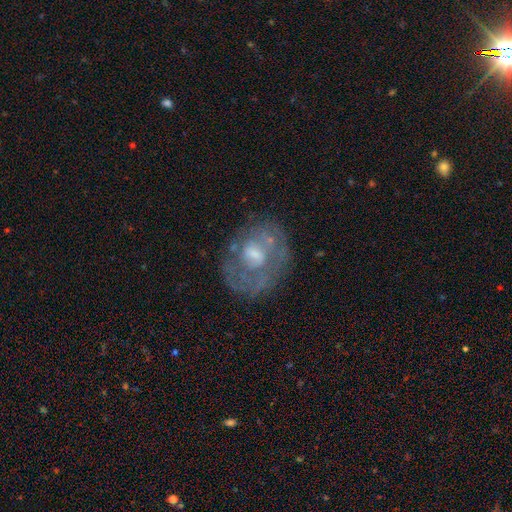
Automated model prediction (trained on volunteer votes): Smooth or featured?
  - featured or disk: 64% *
  - smooth: 26%
  - star or artifact: 10%
Edge-on disk?
  - no: 97% *
  - yes: 3%
Bar?
  - no: 63% *
  - weak: 31%
  - strong: 6%
Spiral arms?
  - no: 58% *
  - yes: 42%
Bulge size?
  - moderate: 49% *
  - small: 34%
  - none: 9%
  - large: 7%
  - dominant: 1%
Merging?
  - none: 60% *
  - minor disturbance: 20%
  - major disturbance: 17%
  - merger: 3%